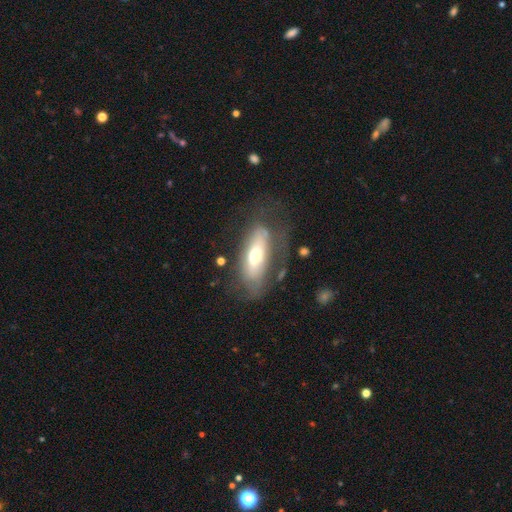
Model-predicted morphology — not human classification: smooth_or_featured: smooth (p=0.48) [alt: featured or disk p=0.46]
merging: none (p=0.52) [alt: minor disturbance p=0.24]